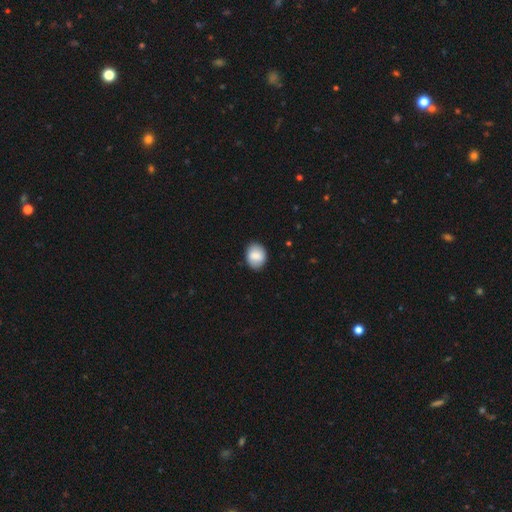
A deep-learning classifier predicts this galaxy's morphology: This is clearly a smooth galaxy (82%). How rounded: possibly in between (55%). Merging: clearly none (84%).